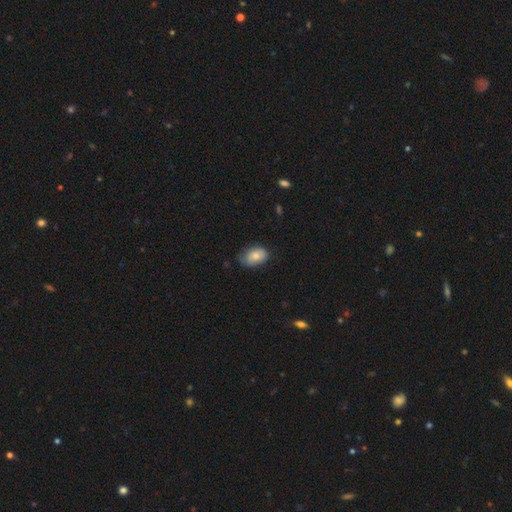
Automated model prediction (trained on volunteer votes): A smooth galaxy with no disk features (74%) that is in between round and cigar-shaped (85%).

Vote fractions:
- Smooth or featured? smooth: 74% / featured or disk: 18% / star or artifact: 7%
- How rounded? in between: 85% / round: 14% / cigar-shaped: 1%
- Merging? none: 58% / minor disturbance: 33% / major disturbance: 7% / merger: 1%